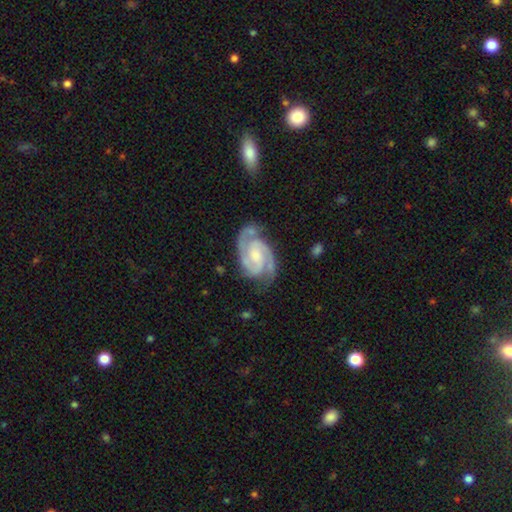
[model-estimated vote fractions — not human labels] This appears to be a featured or disk galaxy (92%) with no bar (44%), 2 (86%) tight (51%) spiral arms (98%) and a moderate central bulge (41%). Merging: none (72%).